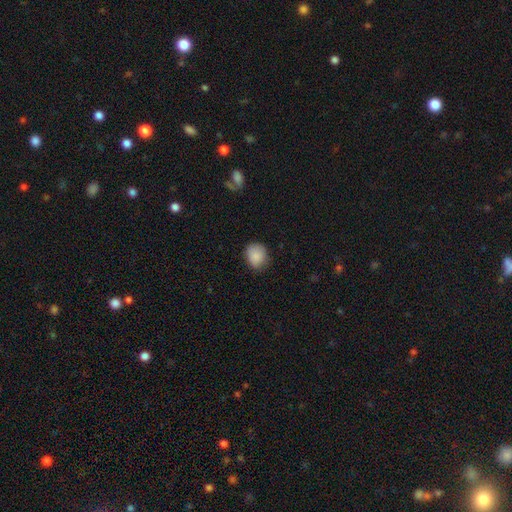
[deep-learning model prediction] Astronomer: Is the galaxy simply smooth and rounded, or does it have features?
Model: smooth — 87%.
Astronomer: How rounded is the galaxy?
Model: round — 63%.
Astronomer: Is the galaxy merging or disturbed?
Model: none — 73%.